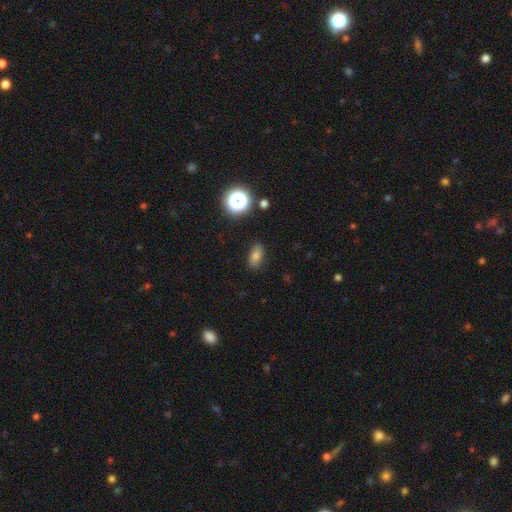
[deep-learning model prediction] The model was most divided on "smooth or featured": smooth: 73%, star or artifact: 15%, featured or disk: 11%. More confident: merging — none (85%); how rounded — in between (83%).